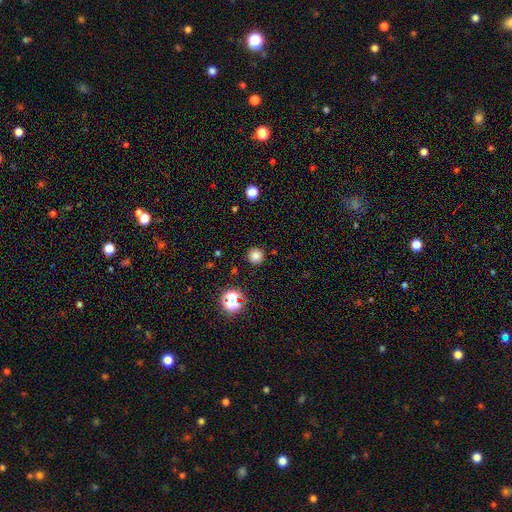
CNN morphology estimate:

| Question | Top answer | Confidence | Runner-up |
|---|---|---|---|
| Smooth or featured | smooth | 80% | star or artifact (15%) |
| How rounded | round | 96% | in between (3%) |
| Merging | none | 91% | minor disturbance (5%) |